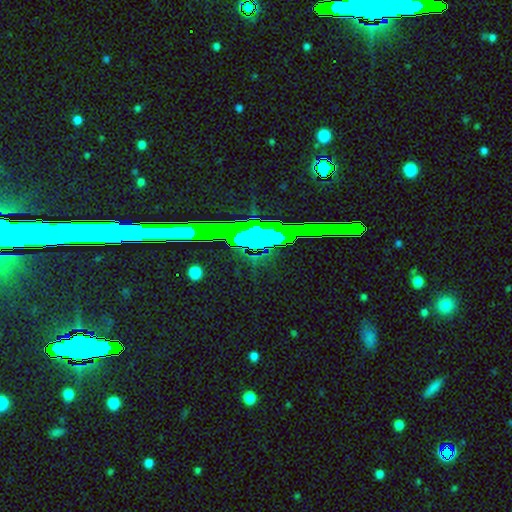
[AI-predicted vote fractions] smooth_or_featured: star or artifact (p=0.71) [alt: featured or disk p=0.17]